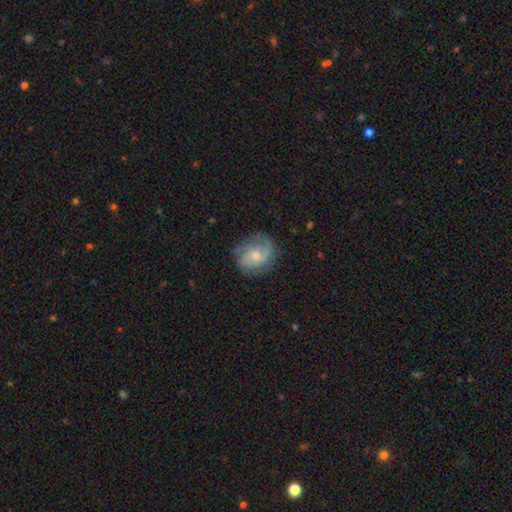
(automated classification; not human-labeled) Smooth or featured? Predicted: featured or disk (p=0.61). Edge-on disk? Predicted: no (p=0.97). Bar? Predicted: no (p=0.65). Spiral arms? Predicted: yes (p=0.86). Spiral winding? Predicted: medium (p=0.43). Spiral arm count? Predicted: 2 (p=0.52). Bulge size? Predicted: moderate (p=0.48). Merging? Predicted: none (p=0.69).